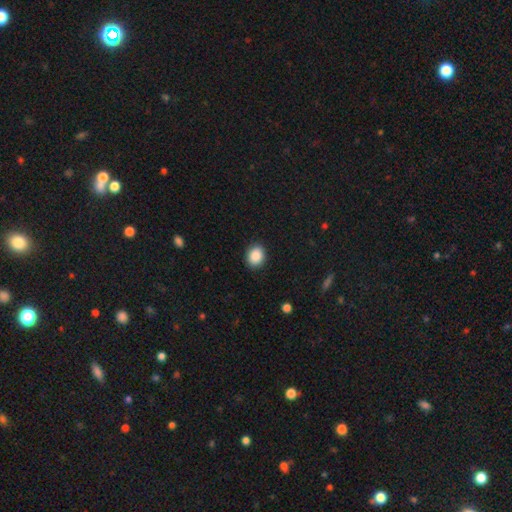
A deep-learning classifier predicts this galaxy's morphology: Smooth or featured: smooth — 89% (star or artifact — 8%)
How rounded: round — 52% (in between — 48%)
Merging: none — 90% (minor disturbance — 7%)